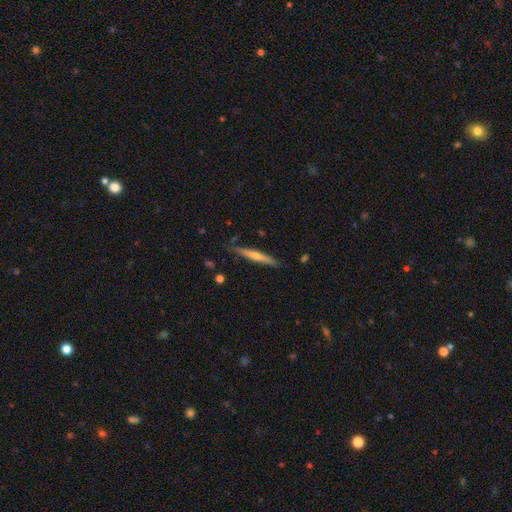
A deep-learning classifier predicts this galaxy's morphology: Smooth or featured: featured or disk — 54% (smooth — 40%)
Edge-on disk: yes — 96% (no — 4%)
Edge-on bulge: rounded — 71% (none — 25%)
Merging: none — 85% (minor disturbance — 12%)